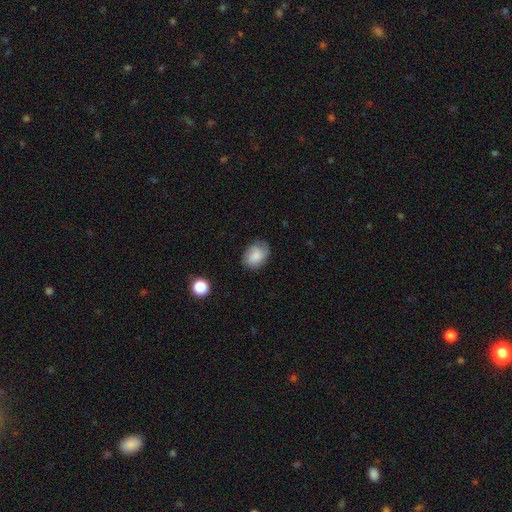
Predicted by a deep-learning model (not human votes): smooth_or_featured: smooth (p=0.76) [alt: featured or disk p=0.16]
how_rounded: in between (p=0.75) [alt: round p=0.24]
merging: none (p=0.70) [alt: minor disturbance p=0.23]